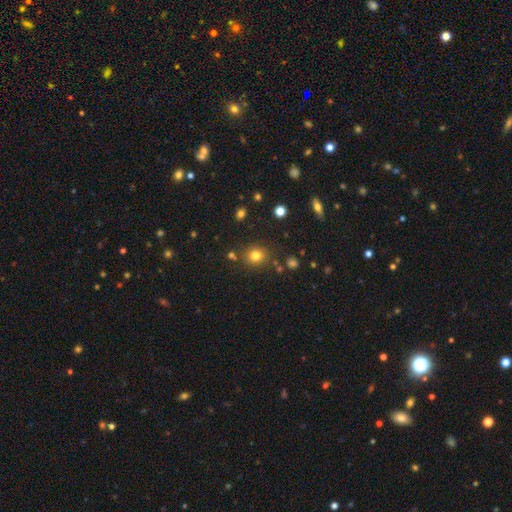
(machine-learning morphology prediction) Smooth or featured? Predicted: smooth (p=0.78). How rounded? Predicted: round (p=0.79). Merging? Predicted: none (p=0.82).